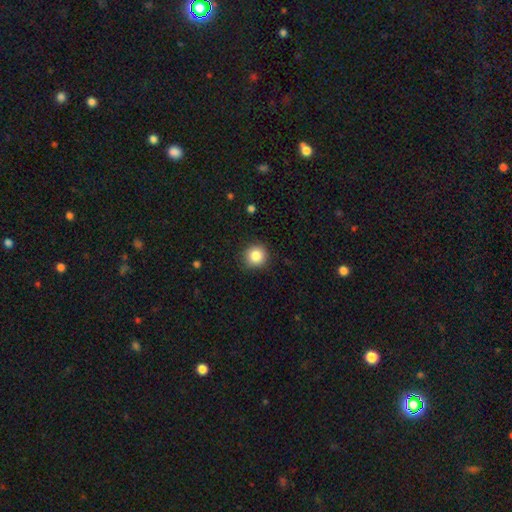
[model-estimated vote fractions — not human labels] Morphology: type=smooth (85%); roundness=round (93%); merging=none (89%).